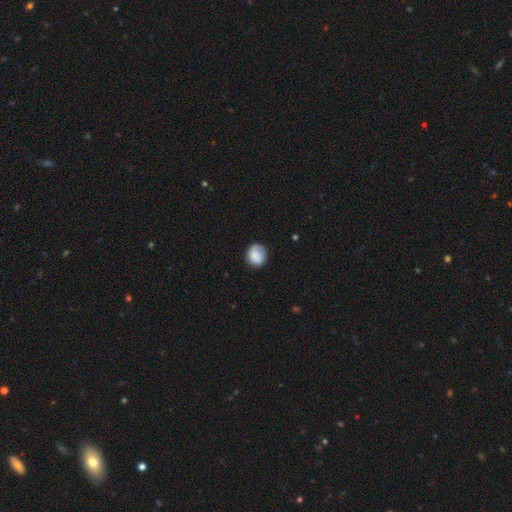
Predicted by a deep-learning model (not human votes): A smooth galaxy with no disk features (81%) that is round (74%).

Vote fractions:
- Smooth or featured? smooth: 81% / featured or disk: 12% / star or artifact: 7%
- How rounded? round: 74% / in between: 25% / cigar-shaped: 1%
- Merging? none: 74% / minor disturbance: 20% / major disturbance: 5% / merger: 1%